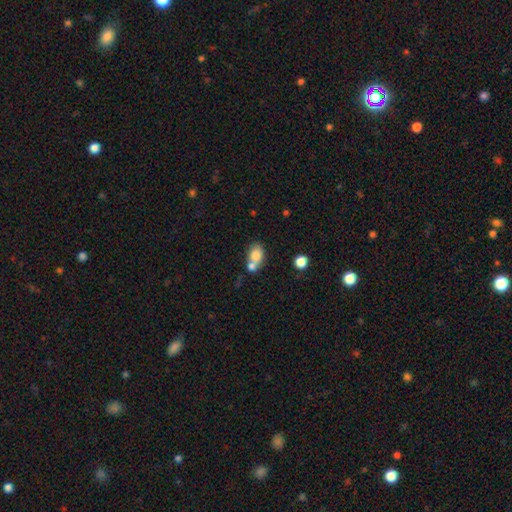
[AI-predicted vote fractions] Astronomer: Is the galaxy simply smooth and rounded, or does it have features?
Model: smooth — 79%.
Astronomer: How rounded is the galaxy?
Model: in between — 69%.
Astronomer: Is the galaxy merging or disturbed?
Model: merger — 50% (runner-up: none, 34%).